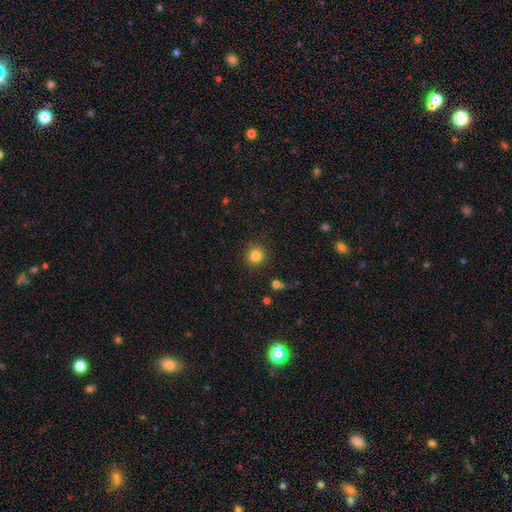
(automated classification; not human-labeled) A smooth galaxy with no disk features (82%) that is round (93%).

Vote fractions:
- Smooth or featured? smooth: 82% / star or artifact: 12% / featured or disk: 6%
- How rounded? round: 93% / in between: 6% / cigar-shaped: 1%
- Merging? none: 90% / minor disturbance: 6% / major disturbance: 2% / merger: 2%